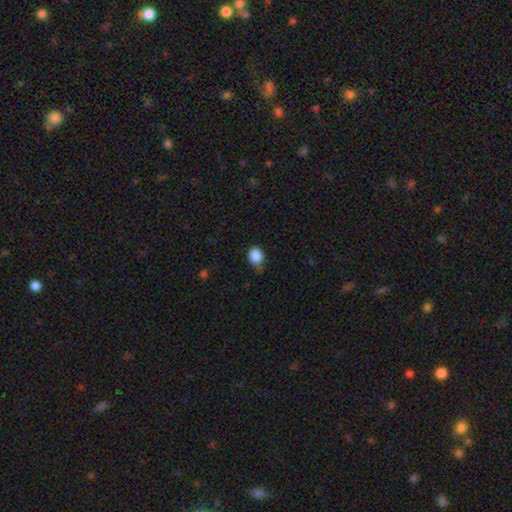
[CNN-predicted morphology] A smooth galaxy with no disk features (87%) that is round (62%).

Vote fractions:
- Smooth or featured? smooth: 87% / star or artifact: 9% / featured or disk: 4%
- How rounded? round: 62% / in between: 37% / cigar-shaped: 1%
- Merging? none: 56% / minor disturbance: 35% / major disturbance: 7% / merger: 2%